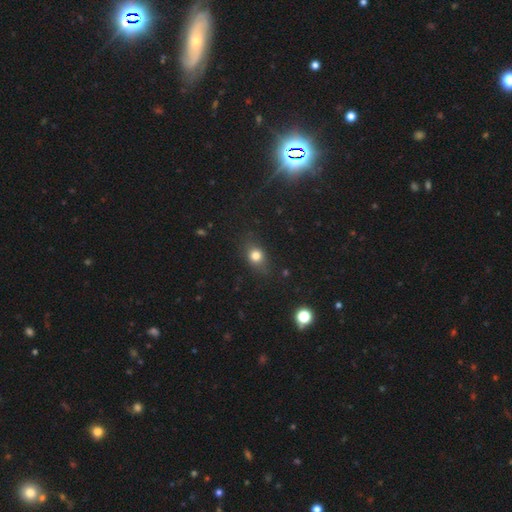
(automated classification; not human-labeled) Smooth or featured: smooth — 75% (star or artifact — 14%)
How rounded: round — 52% (in between — 45%)
Merging: none — 77% (minor disturbance — 16%)